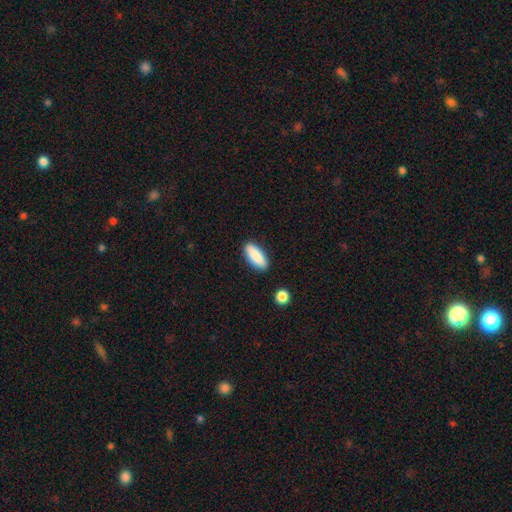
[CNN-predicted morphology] This is clearly a smooth galaxy (87%). How rounded: likely in between (70%). Merging: clearly none (87%).